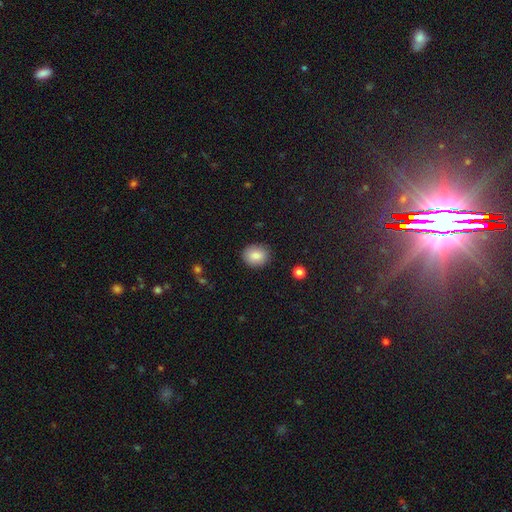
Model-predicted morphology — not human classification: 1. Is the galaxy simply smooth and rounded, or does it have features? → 85% smooth, 8% star or artifact, 6% featured or disk.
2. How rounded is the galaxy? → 66% round, 33% in between, 1% cigar-shaped.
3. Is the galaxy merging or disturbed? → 87% none, 9% minor disturbance, 2% major disturbance, 1% merger.